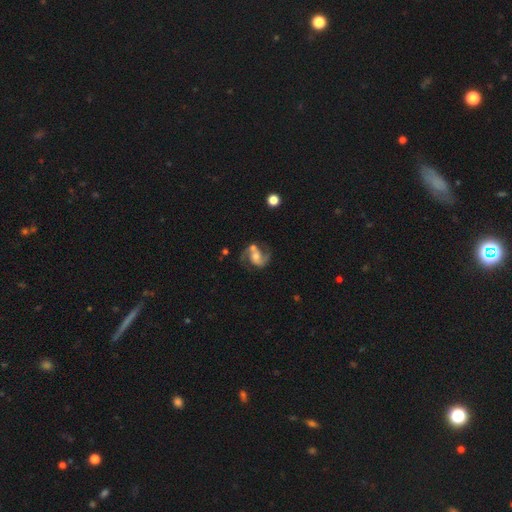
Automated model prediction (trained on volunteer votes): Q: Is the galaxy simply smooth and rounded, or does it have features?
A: featured or disk — 85%.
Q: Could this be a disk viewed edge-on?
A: no — 98%.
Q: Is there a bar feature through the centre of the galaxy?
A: no — 49%.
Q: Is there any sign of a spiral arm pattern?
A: yes — 96%.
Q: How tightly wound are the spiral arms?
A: medium — 55%.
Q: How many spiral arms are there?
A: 2 — 91%.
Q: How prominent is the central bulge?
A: moderate — 51%.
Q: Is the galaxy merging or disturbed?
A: none — 57%.